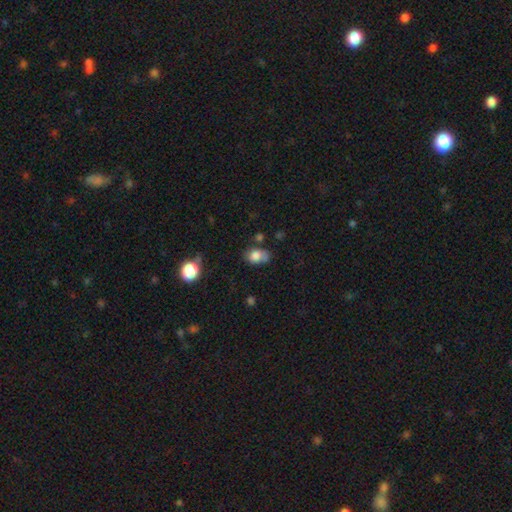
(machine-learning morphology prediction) This appears to be a smooth galaxy with no disk features (78%) that is in between round and cigar-shaped (75%). Merging: none (51%).